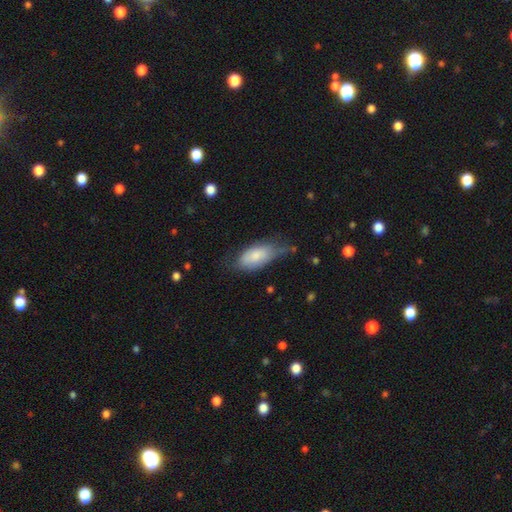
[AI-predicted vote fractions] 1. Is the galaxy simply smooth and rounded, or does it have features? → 74% smooth, 20% featured or disk, 6% star or artifact.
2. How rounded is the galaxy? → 90% in between, 8% cigar-shaped, 2% round.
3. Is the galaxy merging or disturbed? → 42% minor disturbance, 41% none, 14% major disturbance, 3% merger.